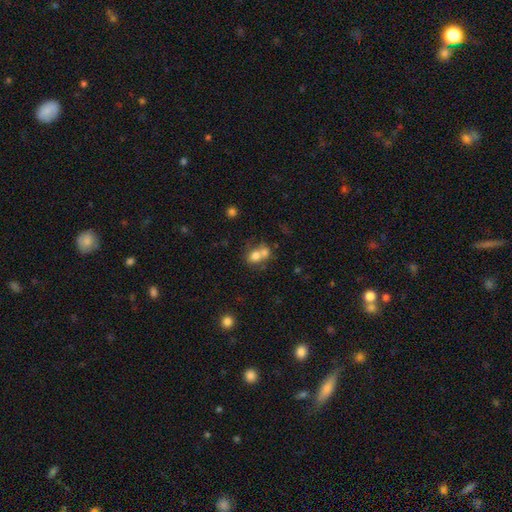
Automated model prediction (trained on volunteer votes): Smooth or featured? Predicted: smooth (p=0.71). How rounded? Predicted: round (p=0.52). Merging? Predicted: merger (p=0.61).